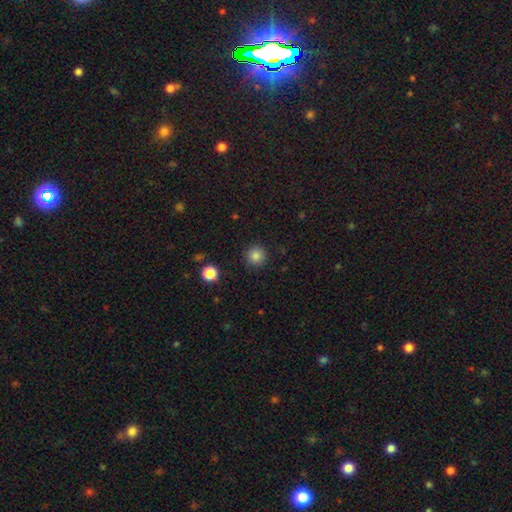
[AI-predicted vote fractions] Smooth or featured?
  - smooth: 84% *
  - star or artifact: 12%
  - featured or disk: 4%
How rounded?
  - round: 95% *
  - in between: 4%
  - cigar-shaped: 1%
Merging?
  - none: 90% *
  - minor disturbance: 6%
  - major disturbance: 2%
  - merger: 1%